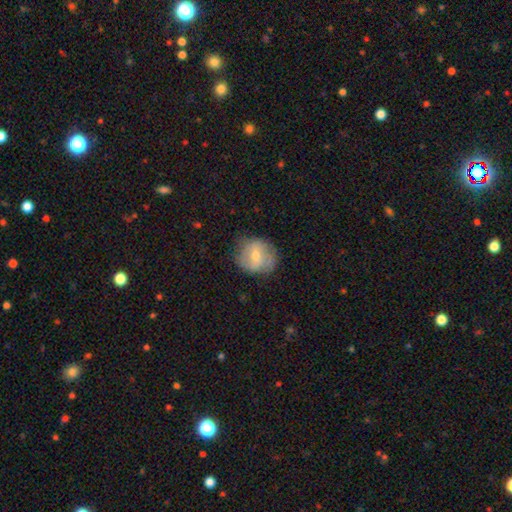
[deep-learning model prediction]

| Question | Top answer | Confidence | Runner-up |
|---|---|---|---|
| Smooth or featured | smooth | 47% | featured or disk (45%) |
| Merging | none | 74% | minor disturbance (19%) |